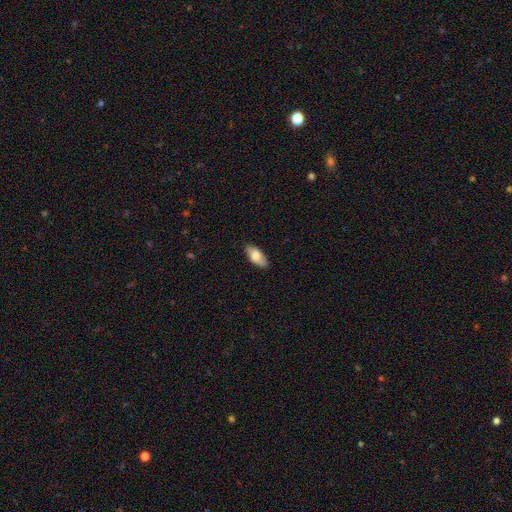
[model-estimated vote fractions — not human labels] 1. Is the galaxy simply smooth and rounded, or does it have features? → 76% smooth, 17% featured or disk, 6% star or artifact.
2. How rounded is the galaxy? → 88% in between, 9% cigar-shaped, 3% round.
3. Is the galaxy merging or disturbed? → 85% none, 12% minor disturbance, 2% major disturbance, 1% merger.